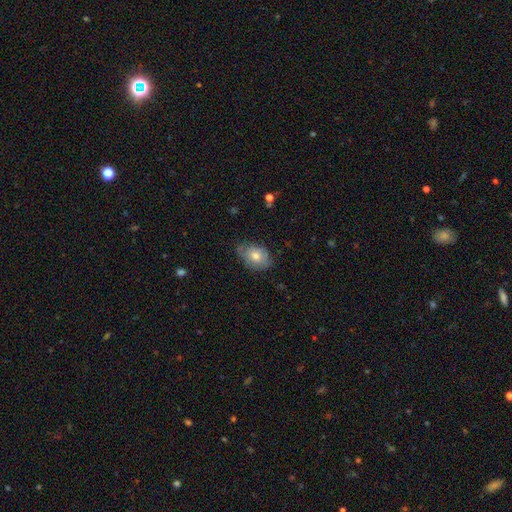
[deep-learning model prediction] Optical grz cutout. It shows a smooth galaxy with no disk features (59%) that is in between round and cigar-shaped (76%). Merging: none (64%).